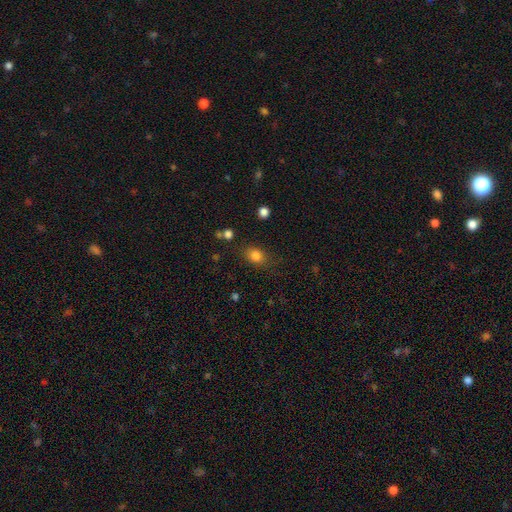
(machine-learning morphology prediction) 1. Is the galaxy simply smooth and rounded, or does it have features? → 82% smooth, 11% star or artifact, 7% featured or disk.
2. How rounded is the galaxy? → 61% in between, 37% round, 2% cigar-shaped.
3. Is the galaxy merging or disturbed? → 77% none, 15% minor disturbance, 5% major disturbance, 3% merger.